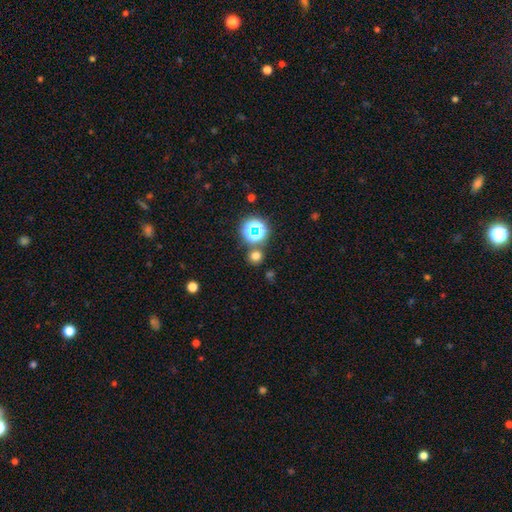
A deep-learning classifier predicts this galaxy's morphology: The model was most divided on "smooth or featured": smooth: 66%, star or artifact: 28%, featured or disk: 6%. More confident: how rounded — round (87%); merging — none (77%).